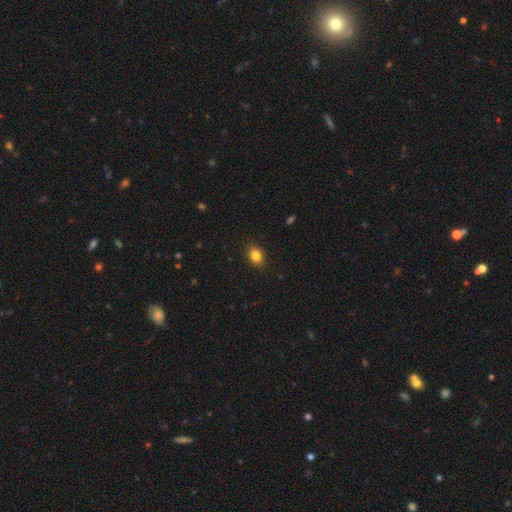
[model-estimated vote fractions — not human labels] smooth_or_featured: smooth (p=0.84) [alt: star or artifact p=0.10]
how_rounded: in between (p=0.65) [alt: round p=0.34]
merging: none (p=0.89) [alt: minor disturbance p=0.08]